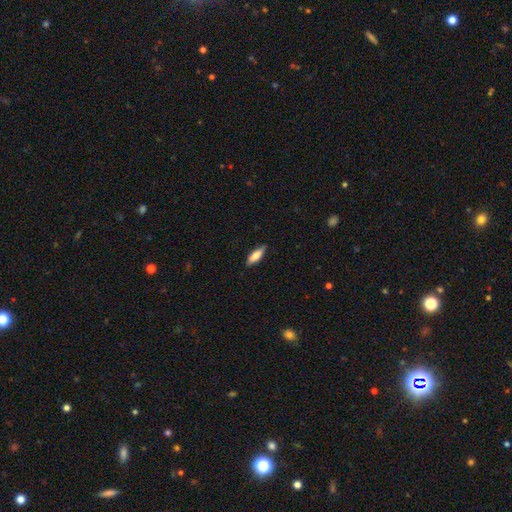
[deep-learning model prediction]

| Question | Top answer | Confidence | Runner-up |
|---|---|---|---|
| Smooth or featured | smooth | 73% | featured or disk (21%) |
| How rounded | in between | 54% | cigar-shaped (44%) |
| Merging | none | 85% | minor disturbance (12%) |